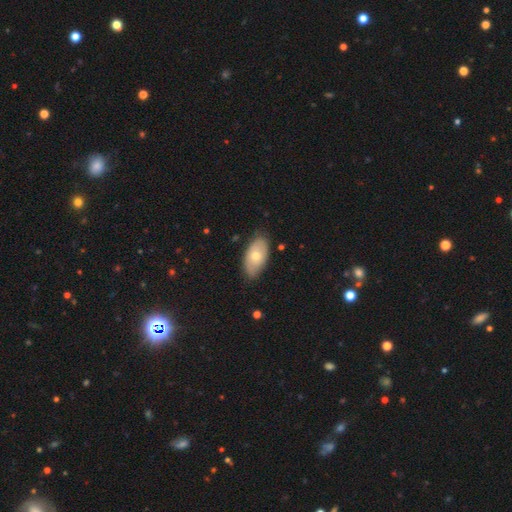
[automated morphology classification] Q: Smooth or featured?
A: smooth (62%); runner-up: featured or disk (32%)
Q: How rounded?
A: in between (93%); runner-up: round (4%)
Q: Merging?
A: none (78%); runner-up: minor disturbance (18%)